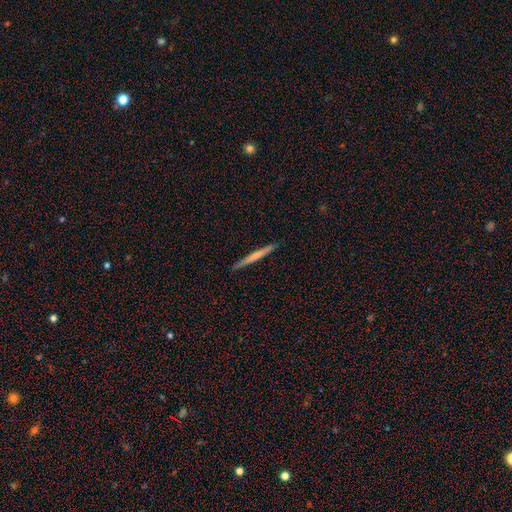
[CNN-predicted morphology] Smooth or featured: smooth — 53% (featured or disk — 42%)
How rounded: cigar-shaped — 96% (in between — 2%)
Merging: none — 91% (minor disturbance — 7%)